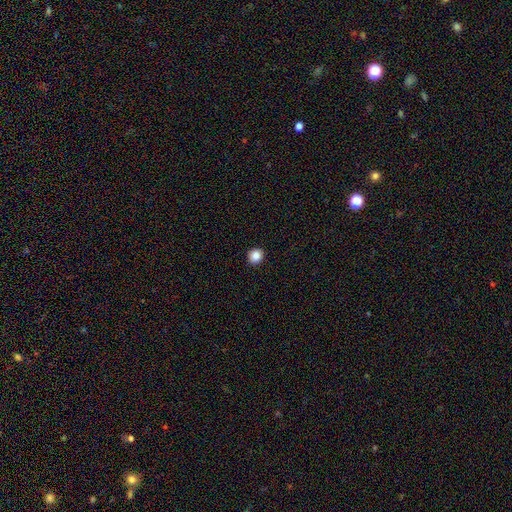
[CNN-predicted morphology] A smooth galaxy with no disk features (86%) that is round (86%). Merging: none (93%).